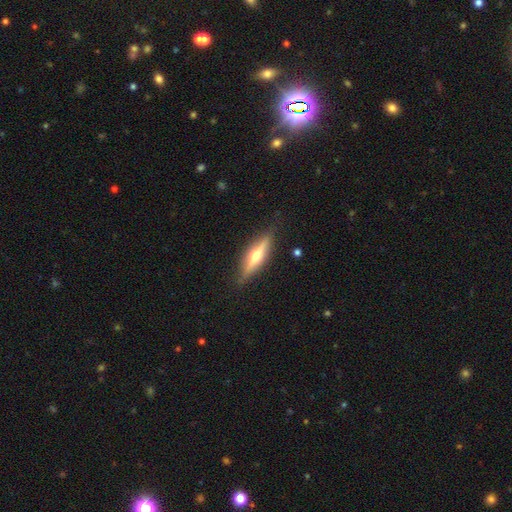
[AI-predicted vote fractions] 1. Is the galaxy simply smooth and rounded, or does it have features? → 66% featured or disk, 28% smooth, 6% star or artifact.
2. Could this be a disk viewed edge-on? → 95% yes, 5% no.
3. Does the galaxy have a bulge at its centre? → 94% rounded, 3% boxy, 3% none.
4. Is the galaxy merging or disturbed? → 87% none, 10% minor disturbance, 2% major disturbance, 1% merger.